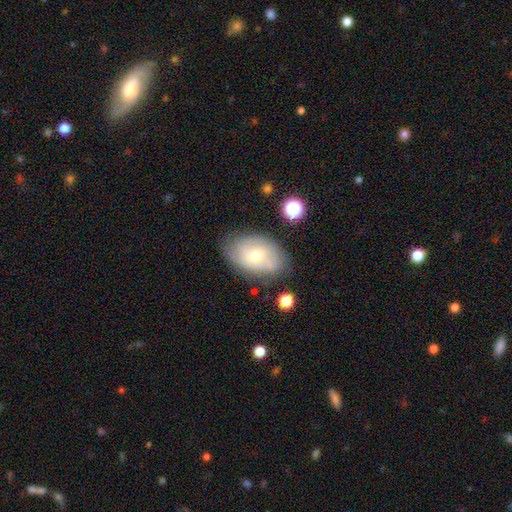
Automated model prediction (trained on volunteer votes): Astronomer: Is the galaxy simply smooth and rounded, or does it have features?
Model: featured or disk — 56% (runner-up: smooth, 36%).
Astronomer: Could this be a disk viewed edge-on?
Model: no — 94%.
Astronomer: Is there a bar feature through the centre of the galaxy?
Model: no — 65%.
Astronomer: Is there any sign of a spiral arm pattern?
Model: yes — 76%.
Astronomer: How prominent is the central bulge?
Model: moderate — 60%.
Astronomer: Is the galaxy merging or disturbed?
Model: none — 69%.